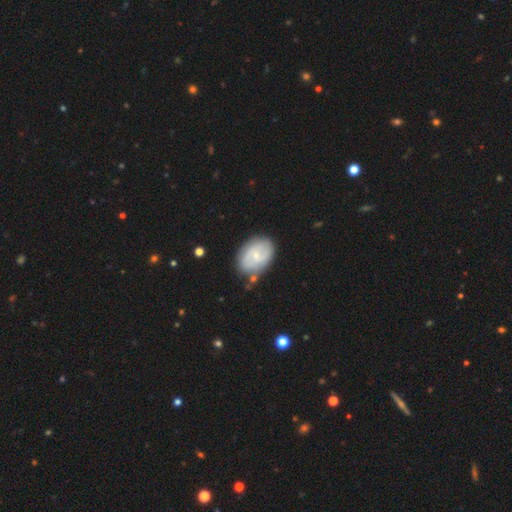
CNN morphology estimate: A featured or disk galaxy (60%) with no bar (55%), spiral arms (77%) and a small central bulge (71%). Merging: none (75%).